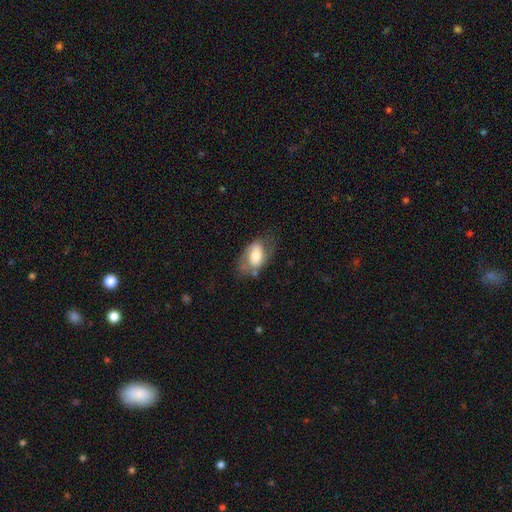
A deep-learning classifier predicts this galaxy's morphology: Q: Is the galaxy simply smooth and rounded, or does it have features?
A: smooth — 60%.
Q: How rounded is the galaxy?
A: in between — 90%.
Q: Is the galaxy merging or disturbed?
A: none — 52%.